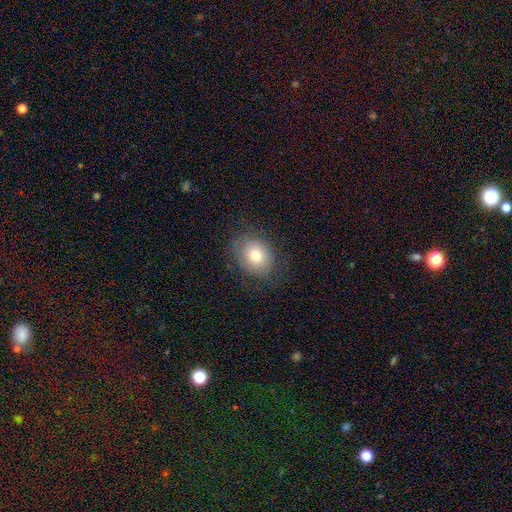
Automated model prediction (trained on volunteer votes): Overall: smooth (76%). How rounded: round (52%; in between 47%). Merging: none (81%).